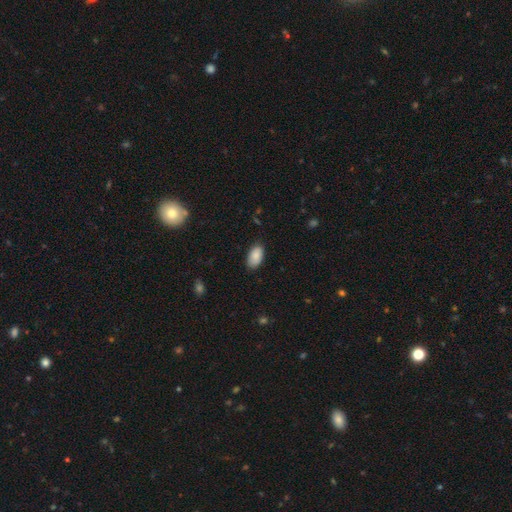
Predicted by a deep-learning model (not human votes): Morphology: type=smooth (87%); roundness=in between (95%); merging=none (83%).